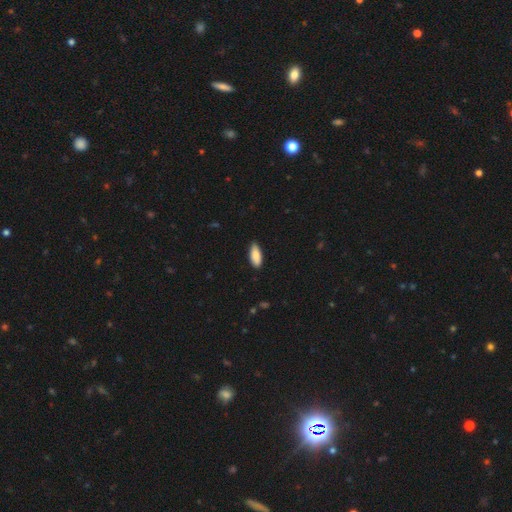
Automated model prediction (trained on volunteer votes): Smooth or featured?
  - smooth: 87% *
  - featured or disk: 7%
  - star or artifact: 6%
How rounded?
  - in between: 81% *
  - cigar-shaped: 17%
  - round: 2%
Merging?
  - none: 85% *
  - minor disturbance: 12%
  - major disturbance: 2%
  - merger: 1%